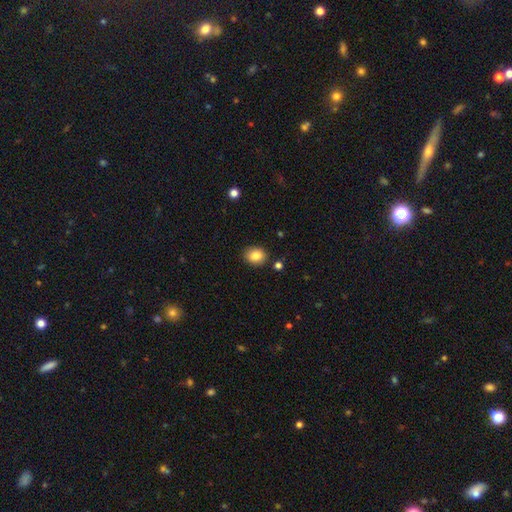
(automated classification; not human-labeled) The model was most divided on "how rounded": round: 58%, in between: 41%, cigar-shaped: 1%. More confident: merging — none (86%); smooth or featured — smooth (85%).